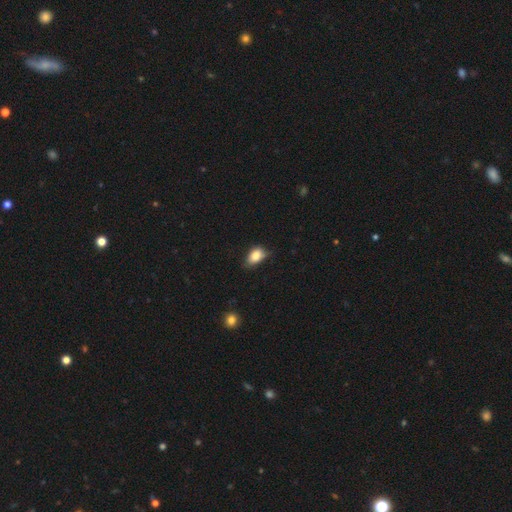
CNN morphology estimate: This appears to be a smooth galaxy with no disk features (84%) that is in between round and cigar-shaped (85%). Merging: none (57%).